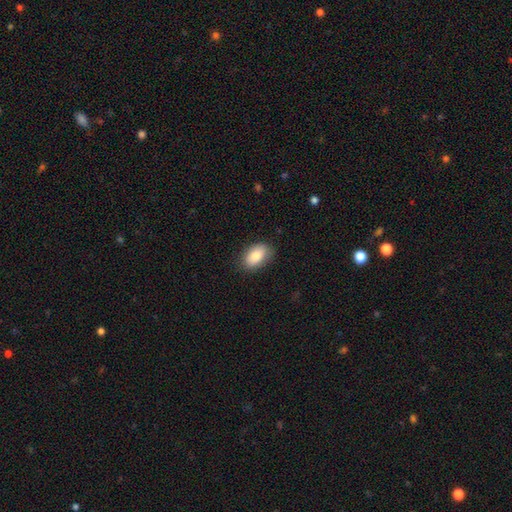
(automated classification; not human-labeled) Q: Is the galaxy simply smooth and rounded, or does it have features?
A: smooth — 84%.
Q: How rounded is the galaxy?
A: in between — 91%.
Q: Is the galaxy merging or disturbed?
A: none — 84%.